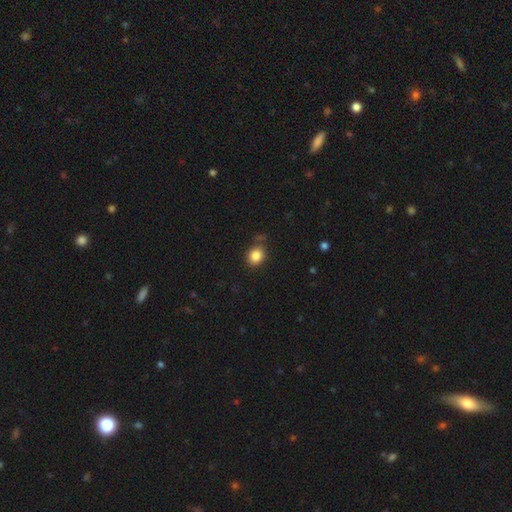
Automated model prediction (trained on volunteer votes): smooth_or_featured: smooth (p=0.85) [alt: star or artifact p=0.10]
how_rounded: round (p=0.66) [alt: in between p=0.33]
merging: none (p=0.78) [alt: minor disturbance p=0.14]